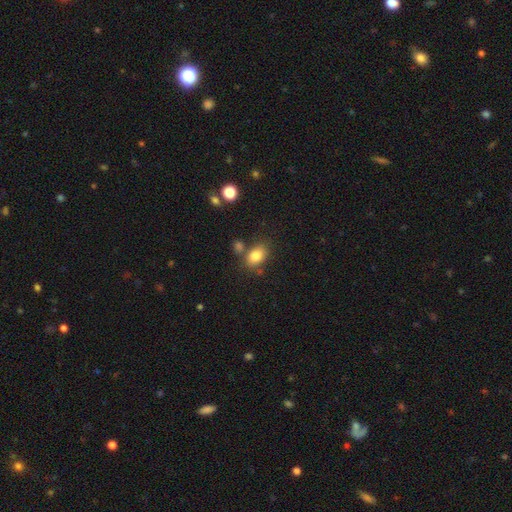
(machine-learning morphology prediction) smooth-or-featured: smooth: 82% | star or artifact: 10% | featured or disk: 9%
  how-rounded: in between: 78% | round: 20% | cigar-shaped: 1%
  merging: none: 67% | minor disturbance: 15% | merger: 14% | major disturbance: 4%